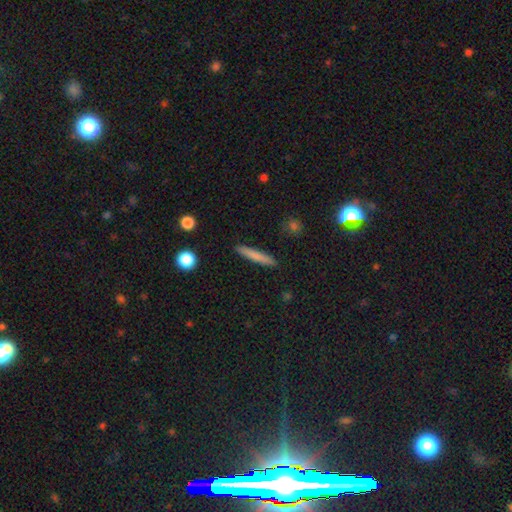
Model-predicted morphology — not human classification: The model was most divided on "smooth or featured": smooth: 75%, featured or disk: 18%, star or artifact: 7%. More confident: how rounded — cigar-shaped (94%); merging — none (91%).